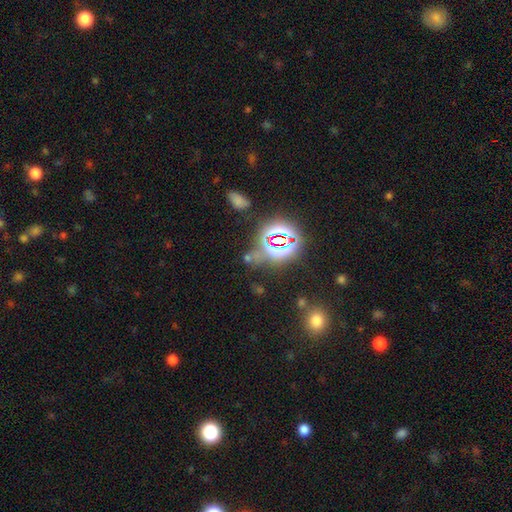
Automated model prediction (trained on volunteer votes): Morphology: type=star or artifact (67%).